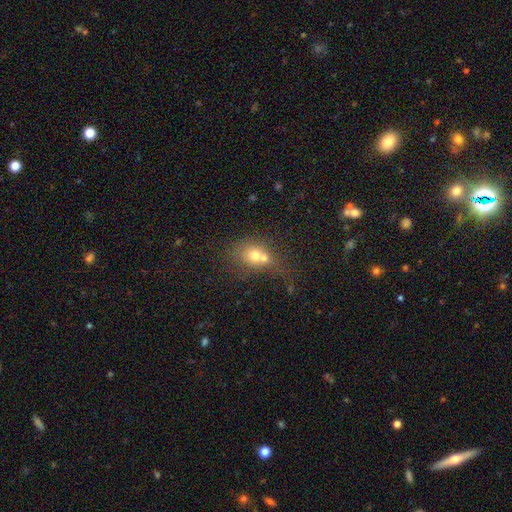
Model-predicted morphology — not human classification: smooth_or_featured: smooth (p=0.66) [alt: featured or disk p=0.20]
how_rounded: round (p=0.63) [alt: in between p=0.35]
merging: merger (p=0.59) [alt: none p=0.26]